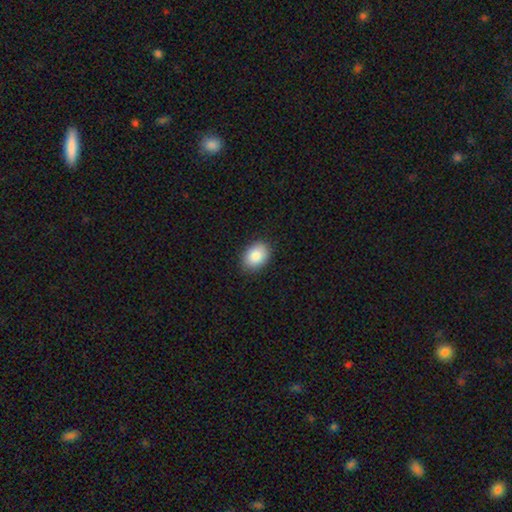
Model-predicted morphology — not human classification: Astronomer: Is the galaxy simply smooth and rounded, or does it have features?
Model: smooth — 87%.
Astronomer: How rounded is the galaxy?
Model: in between — 75%.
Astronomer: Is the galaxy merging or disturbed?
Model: none — 88%.